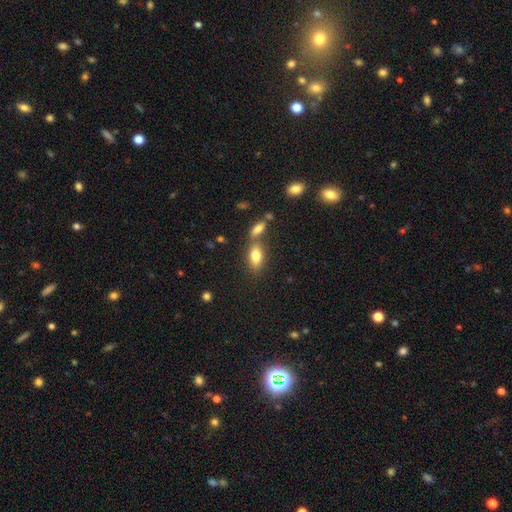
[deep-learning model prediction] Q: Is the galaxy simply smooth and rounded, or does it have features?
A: smooth — 79%.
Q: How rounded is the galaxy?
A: in between — 86%.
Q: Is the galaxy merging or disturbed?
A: none — 56%.